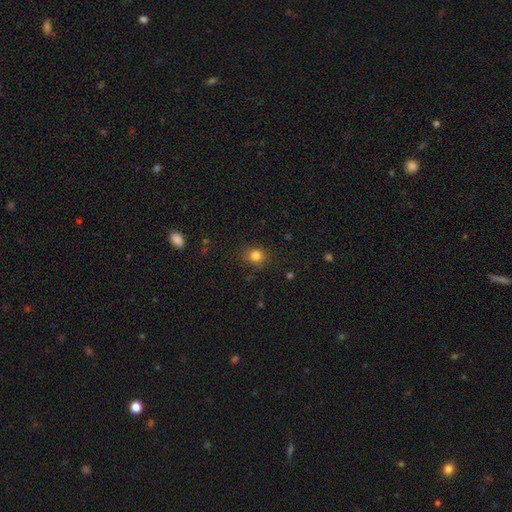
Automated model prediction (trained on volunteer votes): A smooth galaxy with no disk features (81%) that is round (80%). Merging: none (85%).